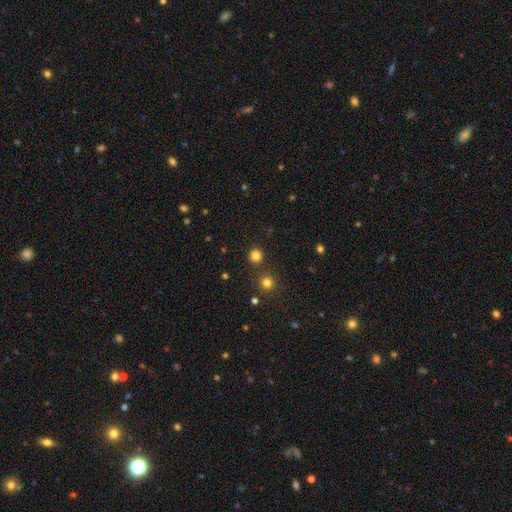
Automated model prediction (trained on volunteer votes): This appears to be a smooth galaxy with no disk features (80%) that is round (94%). Merging: none (86%).